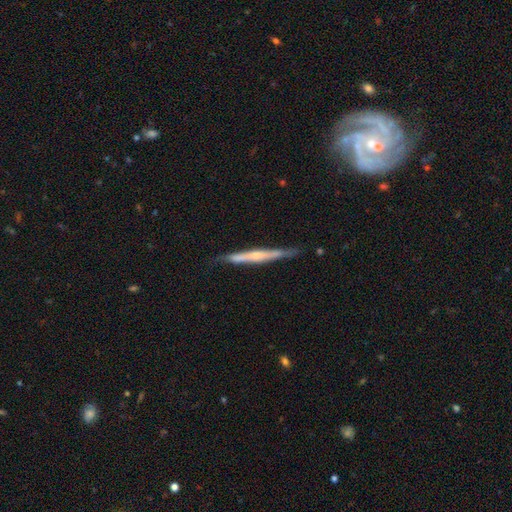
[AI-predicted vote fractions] This appears to be a featured or disk galaxy (64%) viewed edge-on (96%) with a rounded central bulge (47%). Merging: none (81%).